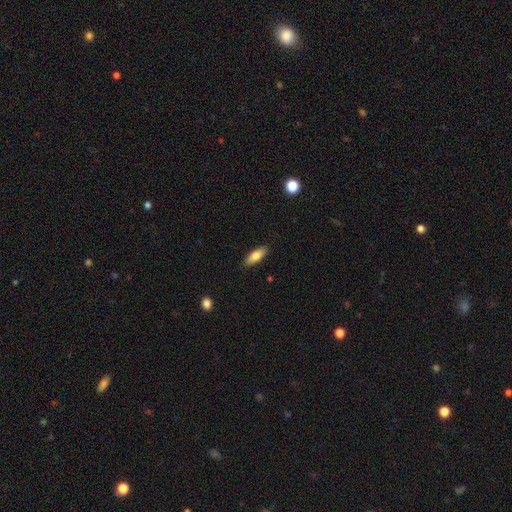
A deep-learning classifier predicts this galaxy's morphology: The model was most divided on "how rounded": in between: 69%, cigar-shaped: 29%, round: 2%. More confident: merging — none (88%); smooth or featured — smooth (78%).